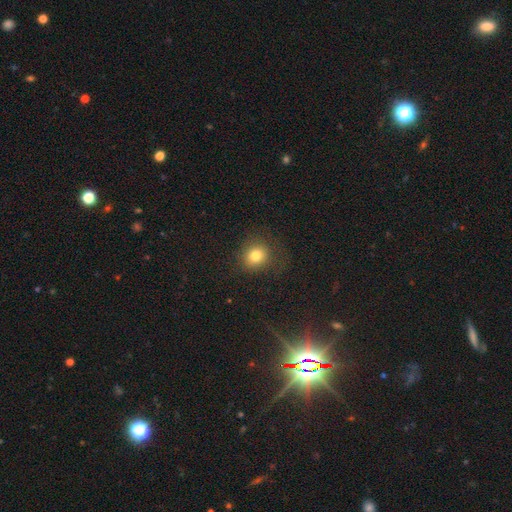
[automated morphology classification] This appears to be a smooth galaxy with no disk features (79%) that is round (81%). Merging: none (82%).